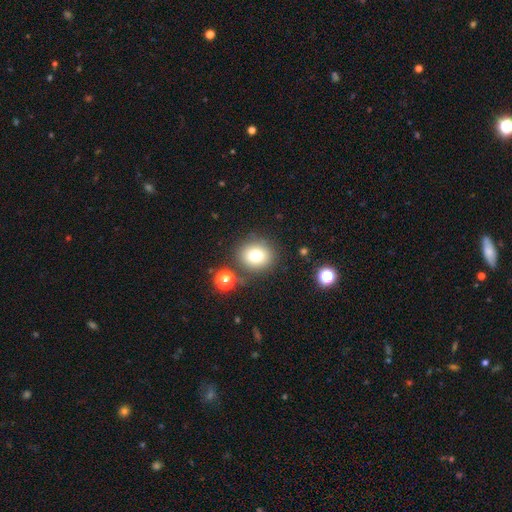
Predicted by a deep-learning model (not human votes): Q: Smooth or featured?
A: smooth (76%); runner-up: star or artifact (13%)
Q: How rounded?
A: round (73%); runner-up: in between (26%)
Q: Merging?
A: none (79%); runner-up: minor disturbance (11%)